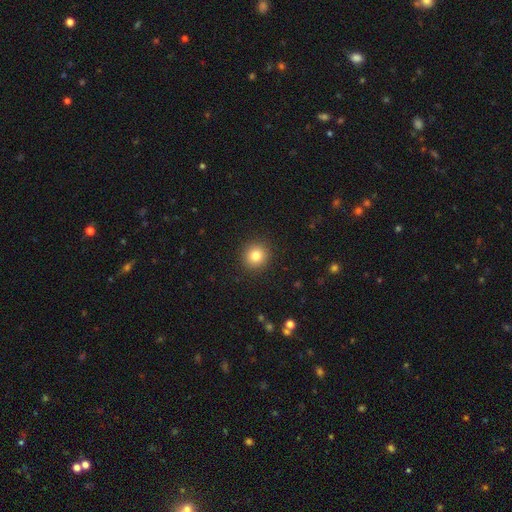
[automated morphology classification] The model was most divided on "smooth or featured": smooth: 82%, star or artifact: 11%, featured or disk: 7%. More confident: merging — none (91%); how rounded — round (90%).